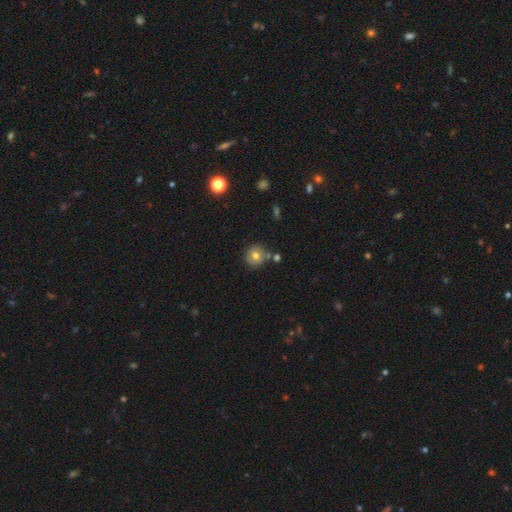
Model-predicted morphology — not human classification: A smooth galaxy with no disk features (69%) that is round (92%).

Vote fractions:
- Smooth or featured? smooth: 69% / featured or disk: 20% / star or artifact: 11%
- How rounded? round: 92% / in between: 7% / cigar-shaped: 1%
- Merging? none: 75% / minor disturbance: 12% / merger: 10% / major disturbance: 3%